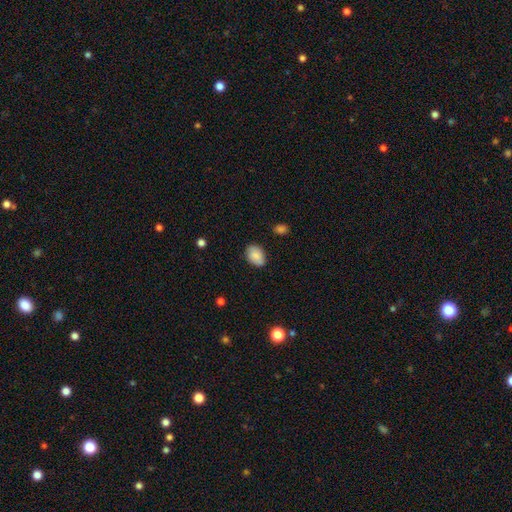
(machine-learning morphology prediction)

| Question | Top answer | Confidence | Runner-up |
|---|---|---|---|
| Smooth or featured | smooth | 84% | featured or disk (8%) |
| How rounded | in between | 79% | round (20%) |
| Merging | none | 78% | minor disturbance (18%) |